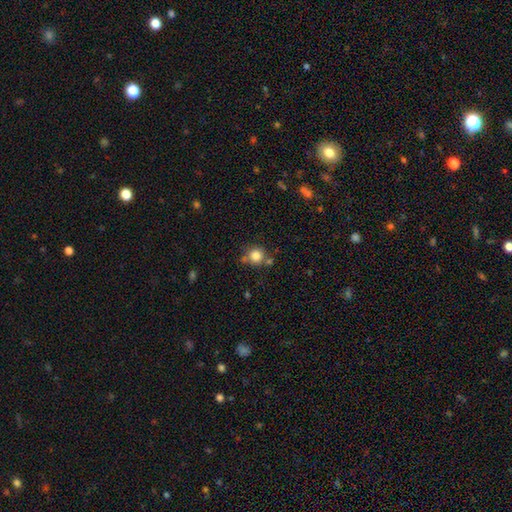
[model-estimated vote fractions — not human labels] smooth 82%, star or artifact 11%, featured or disk 7%. Down the decision tree: how rounded — round (92%); merging — none (70%).